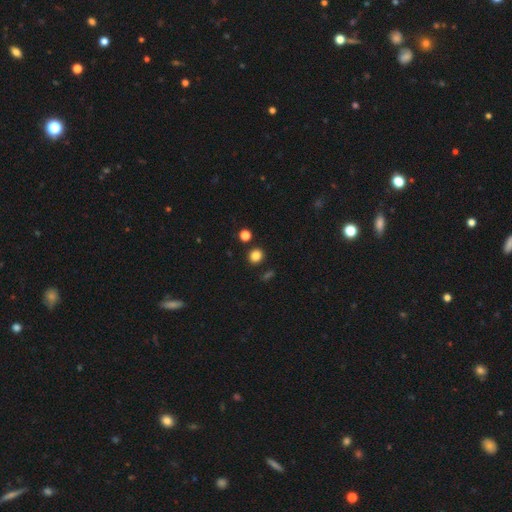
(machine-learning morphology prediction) type=smooth (83%); roundness=round (84%); merging=none (87%).